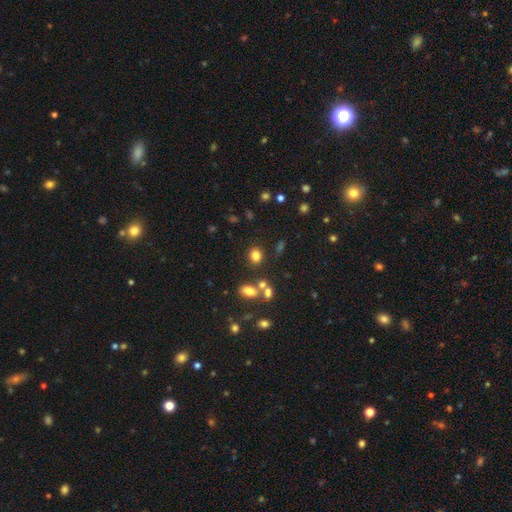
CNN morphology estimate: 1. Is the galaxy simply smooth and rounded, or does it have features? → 79% smooth, 14% star or artifact, 7% featured or disk.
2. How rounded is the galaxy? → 62% round, 36% in between, 1% cigar-shaped.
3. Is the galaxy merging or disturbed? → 78% none, 9% minor disturbance, 9% merger, 4% major disturbance.